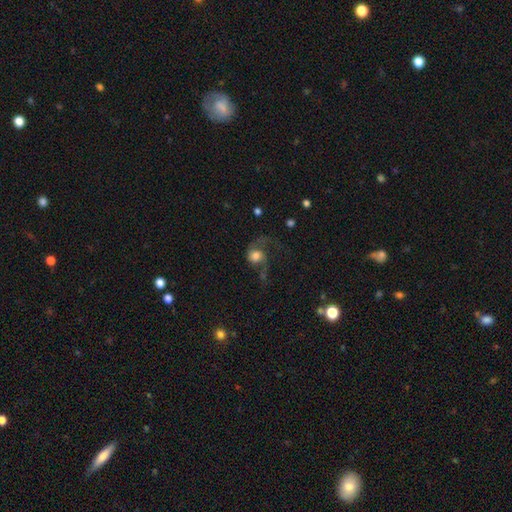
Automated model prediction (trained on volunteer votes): A smooth galaxy with no disk features (47%).

Vote fractions:
- Smooth or featured? smooth: 47% / featured or disk: 44% / star or artifact: 10%
- Merging? major disturbance: 46% / none: 31% / minor disturbance: 17% / merger: 6%